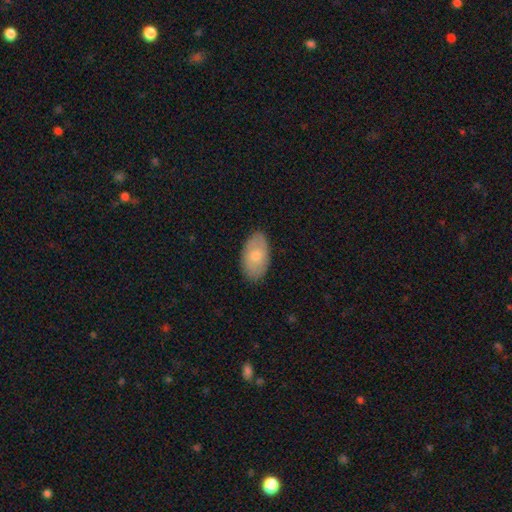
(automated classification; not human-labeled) A smooth galaxy with no disk features (69%) that is in between round and cigar-shaped (93%).

Vote fractions:
- Smooth or featured? smooth: 69% / featured or disk: 25% / star or artifact: 6%
- How rounded? in between: 93% / round: 5% / cigar-shaped: 2%
- Merging? none: 84% / minor disturbance: 12% / major disturbance: 2% / merger: 1%